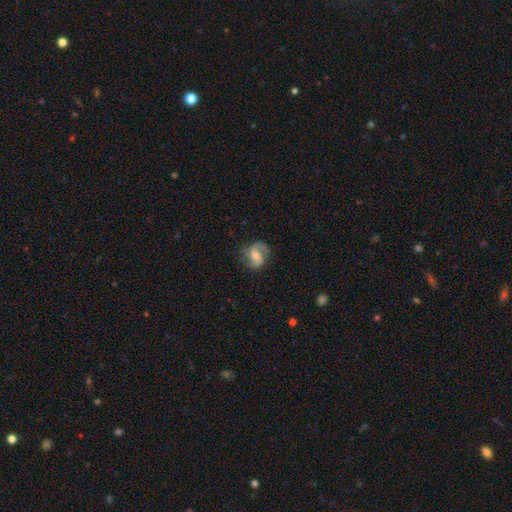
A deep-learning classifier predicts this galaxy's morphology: Smooth or featured?
  - featured or disk: 79% *
  - smooth: 15%
  - star or artifact: 6%
Edge-on disk?
  - no: 98% *
  - yes: 2%
Bar?
  - weak: 47% *
  - no: 31%
  - strong: 22%
Spiral arms?
  - yes: 95% *
  - no: 5%
Spiral winding?
  - medium: 49% *
  - loose: 34%
  - tight: 18%
Spiral arm count?
  - 2: 83% *
  - 1: 10%
  - can't tell: 4%
  - 3: 1%
  - 4: 1%
  - more than 4: 1%
Bulge size?
  - moderate: 55% *
  - small: 37%
  - large: 4%
  - none: 3%
  - dominant: 1%
Merging?
  - none: 75% *
  - minor disturbance: 16%
  - major disturbance: 8%
  - merger: 1%